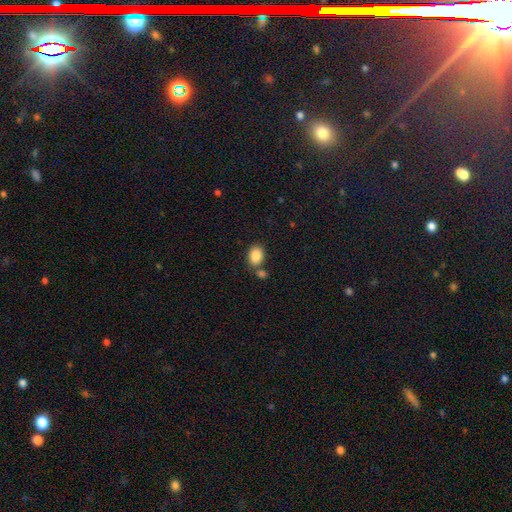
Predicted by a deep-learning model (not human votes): The model was most divided on "merging": none: 64%, merger: 20%, minor disturbance: 12%, major disturbance: 4%. More confident: smooth or featured — smooth (87%); how rounded — in between (72%).